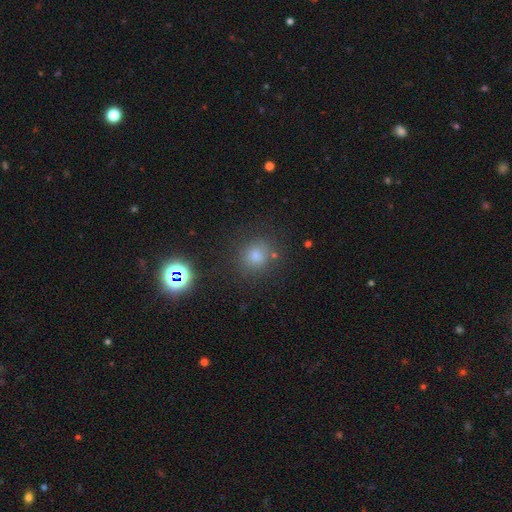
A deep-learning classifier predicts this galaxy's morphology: smooth-or-featured: smooth: 69% | star or artifact: 24% | featured or disk: 7%
  how-rounded: round: 86% | in between: 13% | cigar-shaped: 1%
  merging: none: 82% | minor disturbance: 10% | merger: 5% | major disturbance: 4%